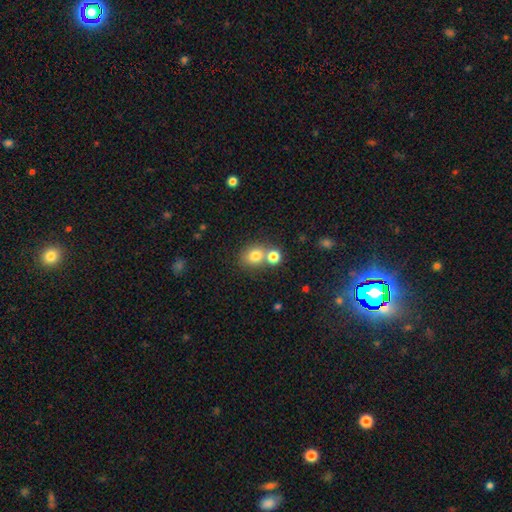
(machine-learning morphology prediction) Overall: smooth (78%). How rounded: round (69%; in between 30%). Merging: none (56%; merger 31%).